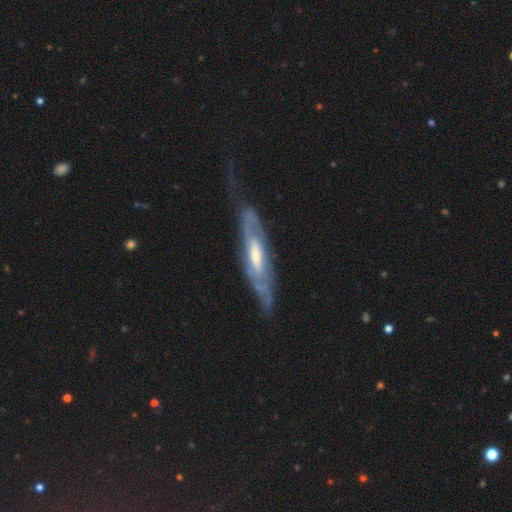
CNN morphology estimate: Overall: featured or disk (77%). Edge-on disk: no (60%; yes 40%). Merging: none (56%; minor disturbance 24%).